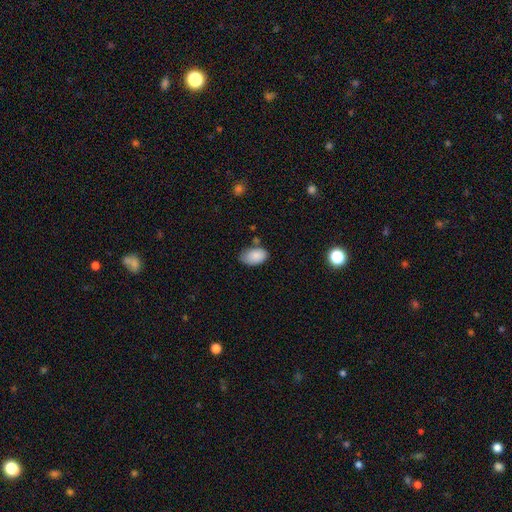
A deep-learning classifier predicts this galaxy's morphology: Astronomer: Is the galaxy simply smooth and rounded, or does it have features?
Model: smooth — 86%.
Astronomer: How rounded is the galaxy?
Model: in between — 92%.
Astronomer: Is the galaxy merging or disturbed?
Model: none — 59%.